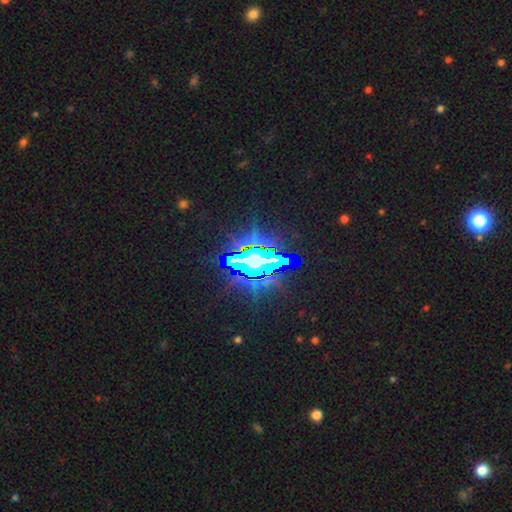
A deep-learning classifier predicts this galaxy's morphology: Smooth or featured? star or artifact (67%)